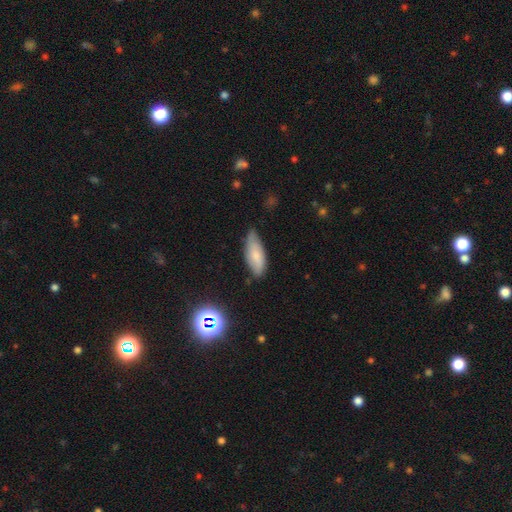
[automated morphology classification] smooth-or-featured: smooth: 71% | featured or disk: 21% | star or artifact: 8%
  how-rounded: in between: 75% | cigar-shaped: 23% | round: 2%
  merging: none: 62% | minor disturbance: 31% | major disturbance: 5% | merger: 2%